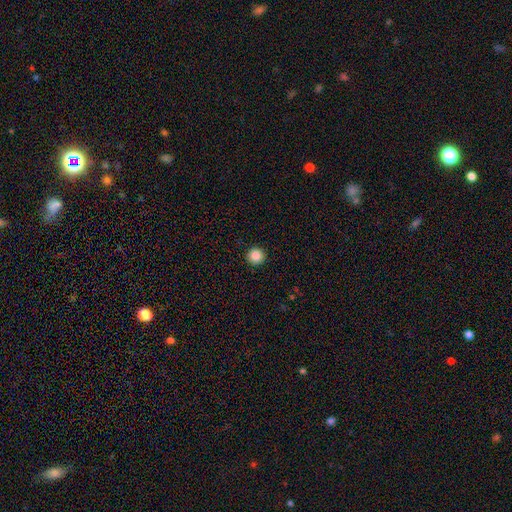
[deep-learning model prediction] Smooth or featured? smooth (87%)
How rounded? round (96%)
Merging? none (93%)